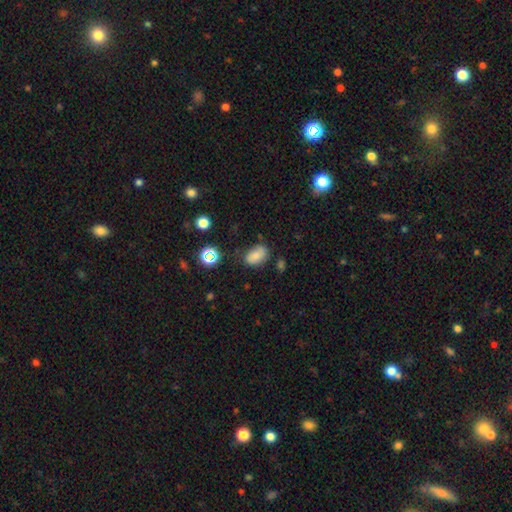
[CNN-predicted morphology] smooth 76%, star or artifact 13%, featured or disk 11%. Down the decision tree: how rounded — in between (86%); merging — none (70%).